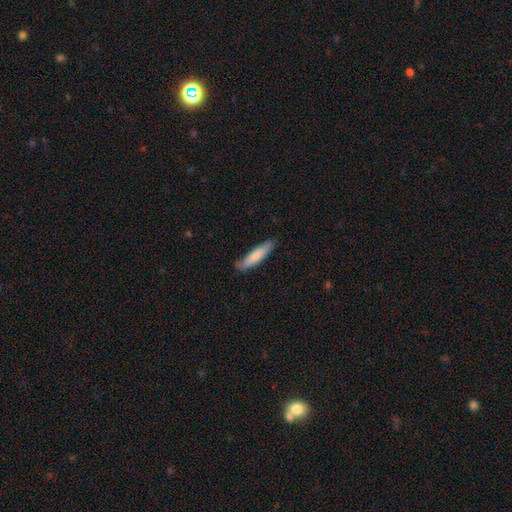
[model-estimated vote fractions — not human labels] This is likely a smooth galaxy (80%). How rounded: clearly cigar-shaped (84%). Merging: likely none (80%).